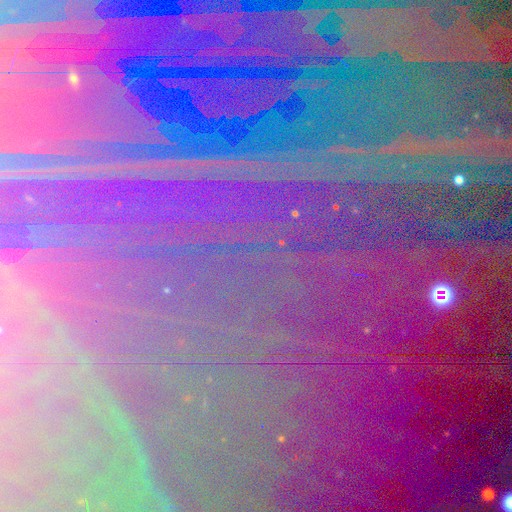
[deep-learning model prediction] This is clearly a star or artifact rather than a galaxy (87%).